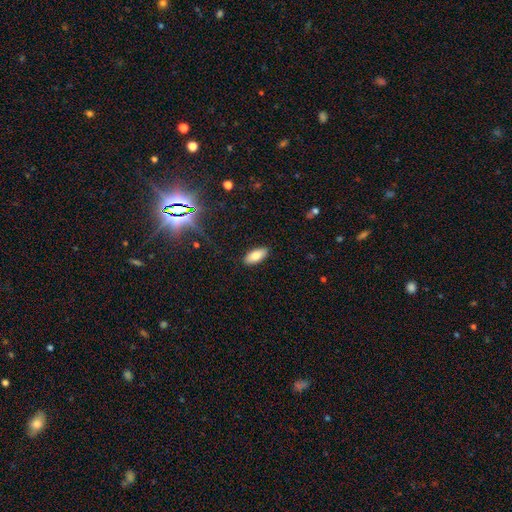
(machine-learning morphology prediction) This is clearly a smooth galaxy (81%). How rounded: clearly in between (88%). Merging: clearly none (88%).